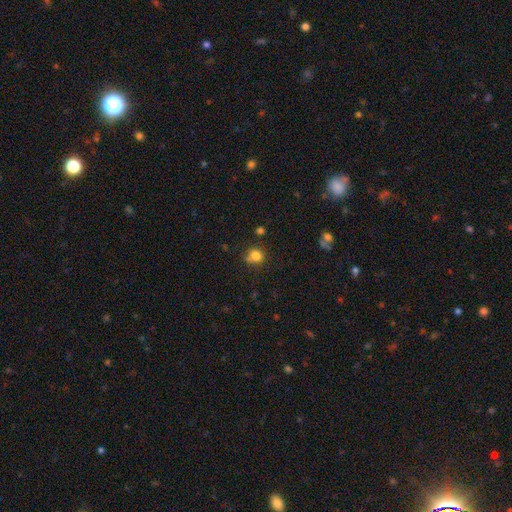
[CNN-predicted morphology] type=smooth (82%); roundness=round (80%); merging=none (64%).